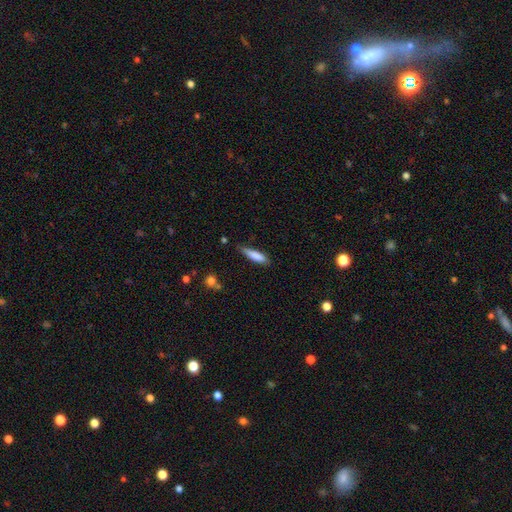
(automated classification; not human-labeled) smooth 82%, featured or disk 12%, star or artifact 6%. Down the decision tree: how rounded — cigar-shaped (70%); merging — none (64%).